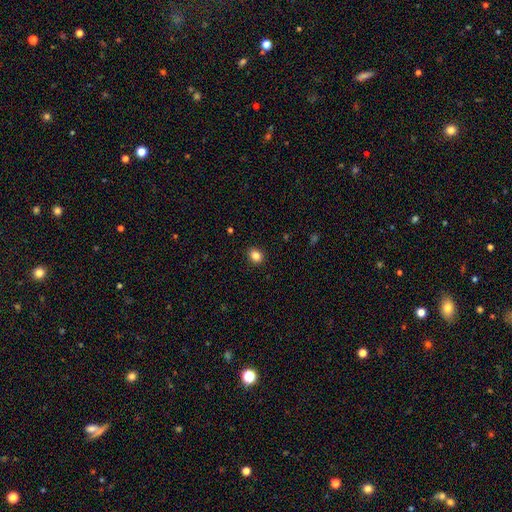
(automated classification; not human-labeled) Overall: smooth (85%). How rounded: round (57%; in between 42%). Merging: none (91%).